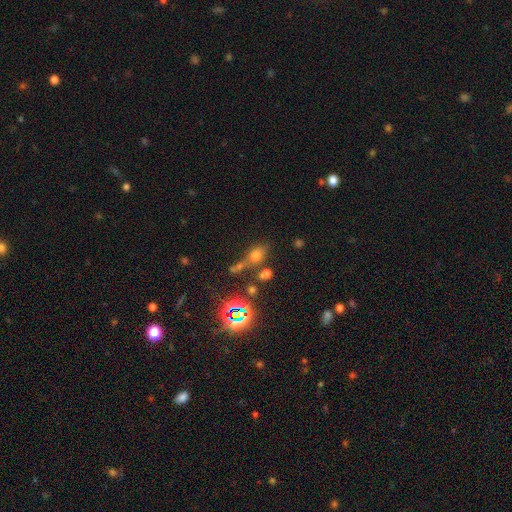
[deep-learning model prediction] Smooth or featured? Predicted: smooth (p=0.56). How rounded? Predicted: in between (p=0.63). Merging? Predicted: none (p=0.50).